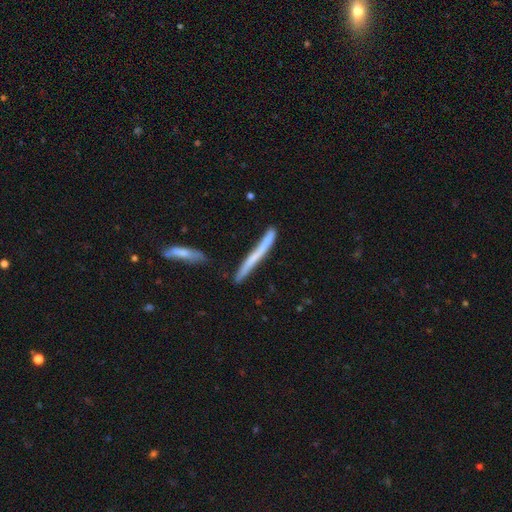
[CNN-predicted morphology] Smooth or featured? smooth (48%)
Merging? none (68%)